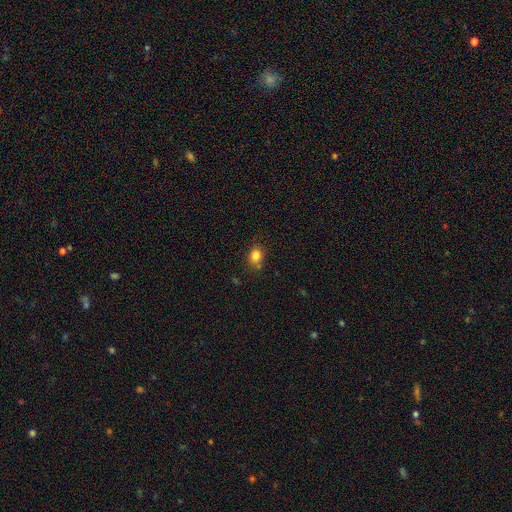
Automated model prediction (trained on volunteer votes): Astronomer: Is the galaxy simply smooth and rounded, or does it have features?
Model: smooth — 83%.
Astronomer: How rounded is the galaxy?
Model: round — 53% (runner-up: in between, 46%).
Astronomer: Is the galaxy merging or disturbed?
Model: none — 75%.